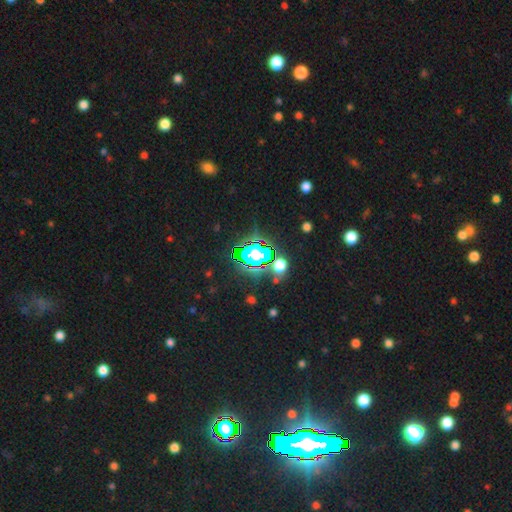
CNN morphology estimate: This is likely a star or artifact rather than a galaxy (78%).